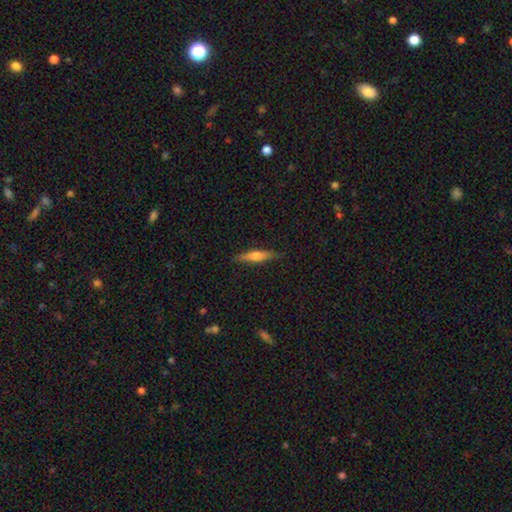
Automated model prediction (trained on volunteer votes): smooth-or-featured: smooth: 59% | featured or disk: 35% | star or artifact: 6%
  how-rounded: cigar-shaped: 82% | in between: 17% | round: 2%
  merging: none: 86% | minor disturbance: 11% | major disturbance: 2% | merger: 1%